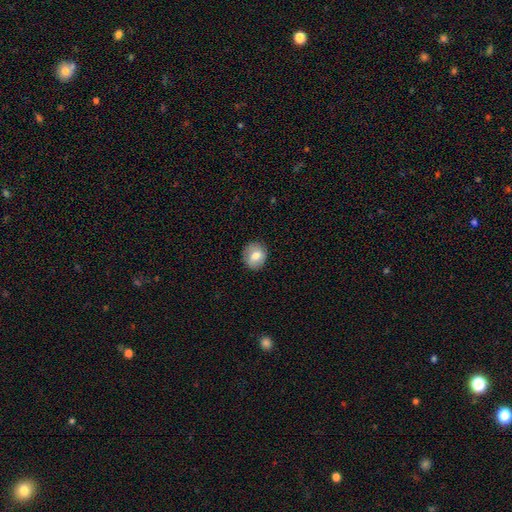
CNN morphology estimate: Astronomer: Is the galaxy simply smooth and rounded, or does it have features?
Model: smooth — 74%.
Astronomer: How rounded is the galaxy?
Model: round — 82%.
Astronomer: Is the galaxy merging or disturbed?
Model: none — 86%.